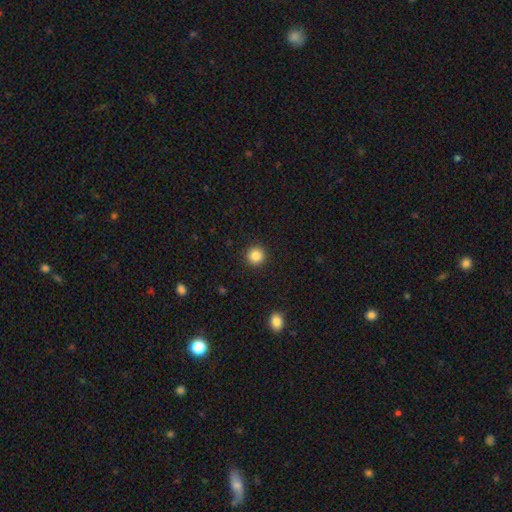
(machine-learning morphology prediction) type=smooth (86%); roundness=round (95%); merging=none (92%).